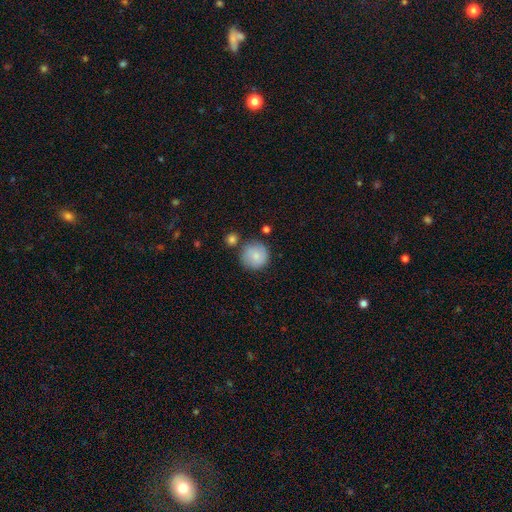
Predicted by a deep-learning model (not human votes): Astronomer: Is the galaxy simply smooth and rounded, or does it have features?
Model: smooth — 81%.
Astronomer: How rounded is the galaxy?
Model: round — 95%.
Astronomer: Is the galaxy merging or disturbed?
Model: none — 75%.